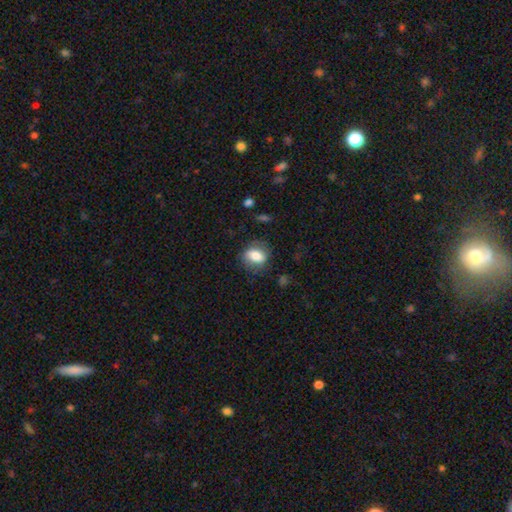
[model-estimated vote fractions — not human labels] This appears to be a smooth galaxy with no disk features (76%) that is in between round and cigar-shaped (66%). Merging: none (73%).